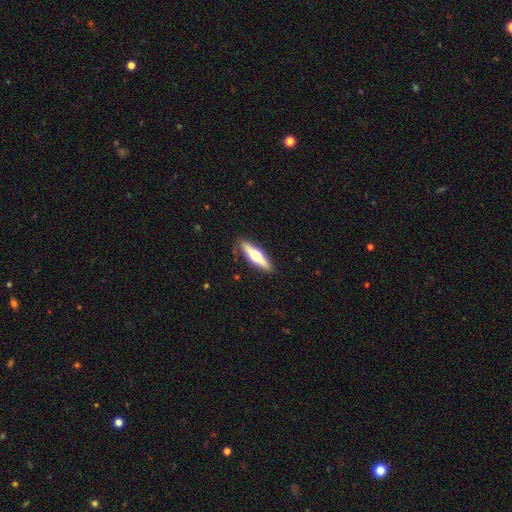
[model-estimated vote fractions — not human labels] Smooth or featured?
  - featured or disk: 54% *
  - smooth: 41%
  - star or artifact: 5%
Edge-on disk?
  - yes: 93% *
  - no: 7%
Edge-on bulge?
  - rounded: 94% *
  - none: 3%
  - boxy: 3%
Merging?
  - none: 88% *
  - minor disturbance: 9%
  - major disturbance: 2%
  - merger: 1%